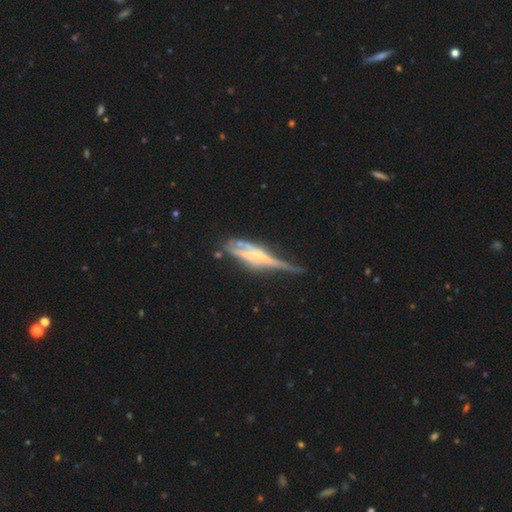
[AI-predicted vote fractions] A featured or disk galaxy (72%) viewed edge-on (87%) with a rounded central bulge (44%). Merging: none (41%).